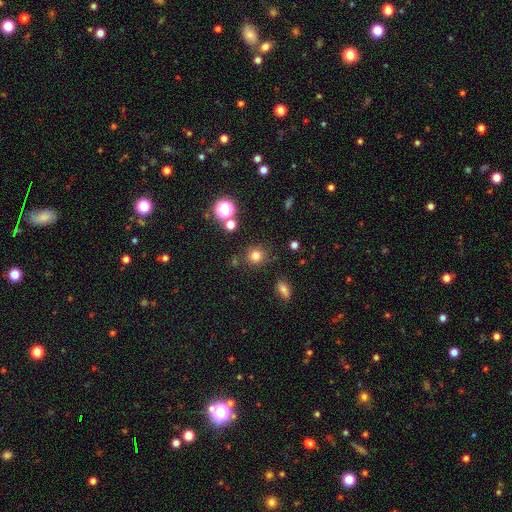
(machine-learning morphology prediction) Smooth or featured: smooth — 77% (star or artifact — 17%)
How rounded: round — 89% (in between — 10%)
Merging: none — 83% (minor disturbance — 9%)